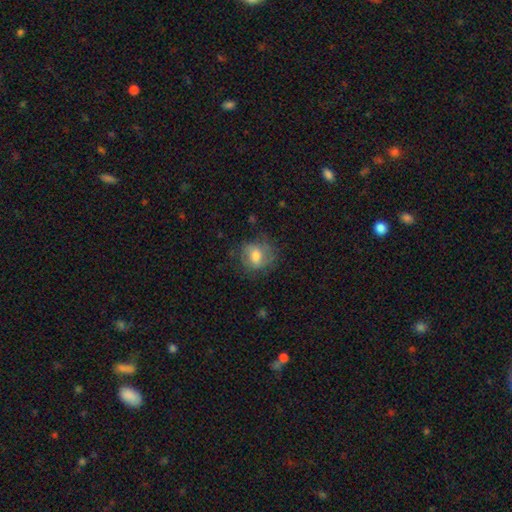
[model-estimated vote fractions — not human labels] Smooth or featured: smooth — 64% (featured or disk — 27%)
How rounded: round — 64% (in between — 35%)
Merging: none — 64% (minor disturbance — 22%)